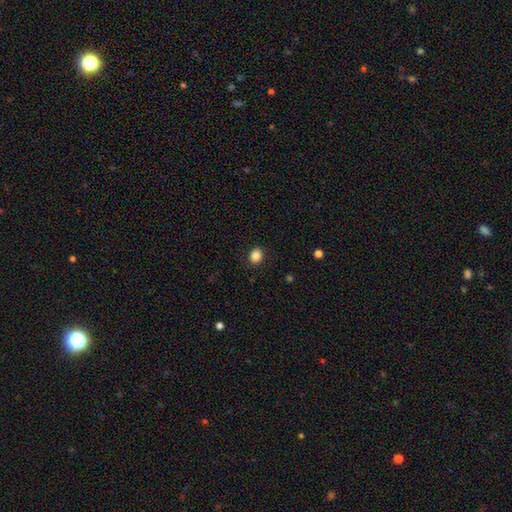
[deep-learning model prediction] Morphology: type=smooth (85%); roundness=round (55%); merging=none (90%).